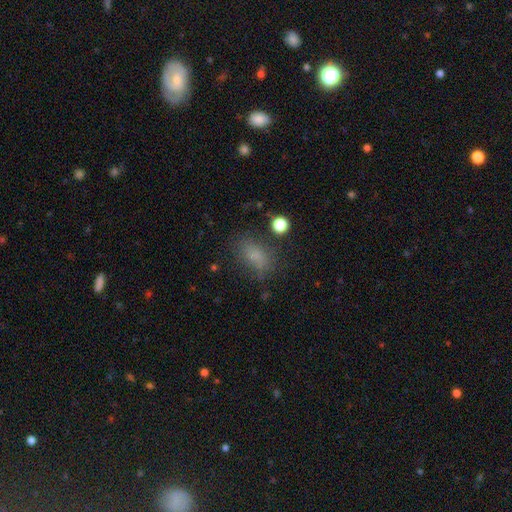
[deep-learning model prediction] Smooth or featured: smooth — 76% (star or artifact — 15%)
How rounded: in between — 84% (round — 13%)
Merging: none — 70% (minor disturbance — 18%)